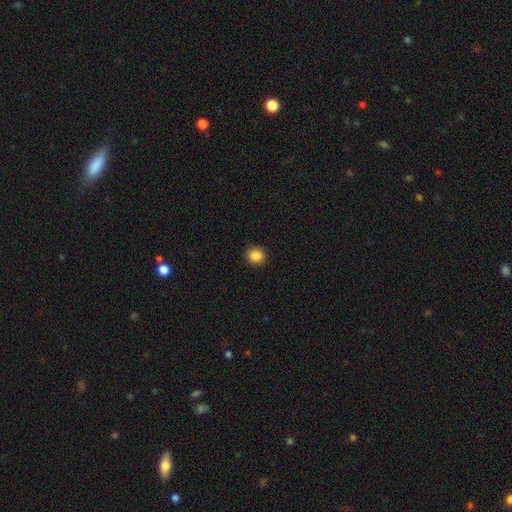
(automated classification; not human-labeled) Morphology: type=smooth (87%); roundness=round (89%); merging=none (92%).